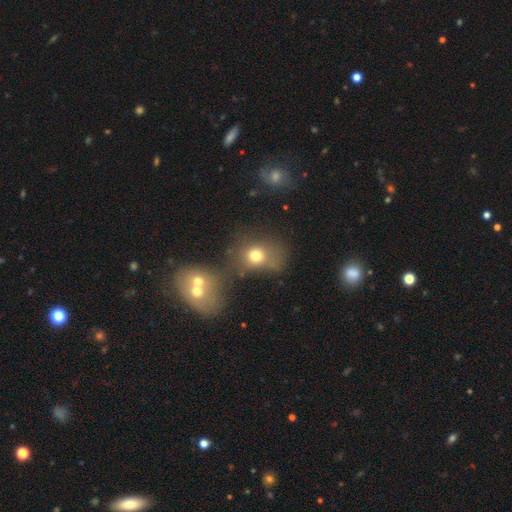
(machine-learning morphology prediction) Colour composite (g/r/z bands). It shows a smooth galaxy with no disk features (68%) that is round (65%). Merging: merger (39%).